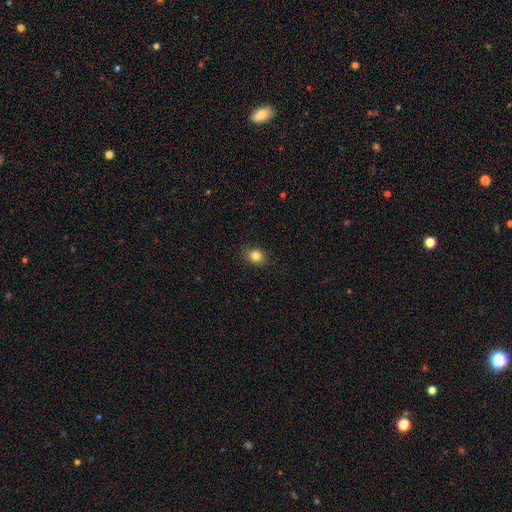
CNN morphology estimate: This is clearly a smooth galaxy (83%). How rounded: possibly in between (51%). Merging: clearly none (86%).